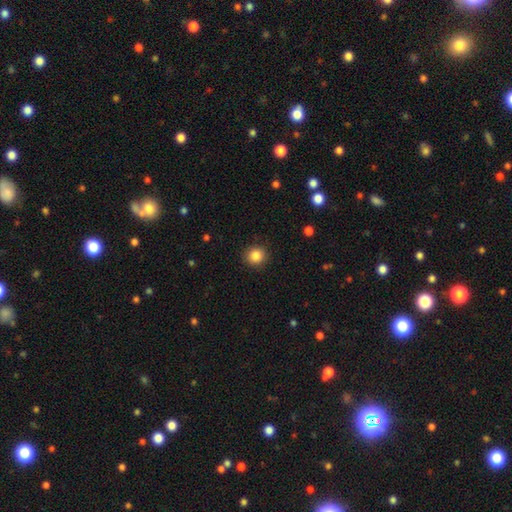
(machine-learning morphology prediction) Overall: smooth (85%). How rounded: round (90%). Merging: none (90%).